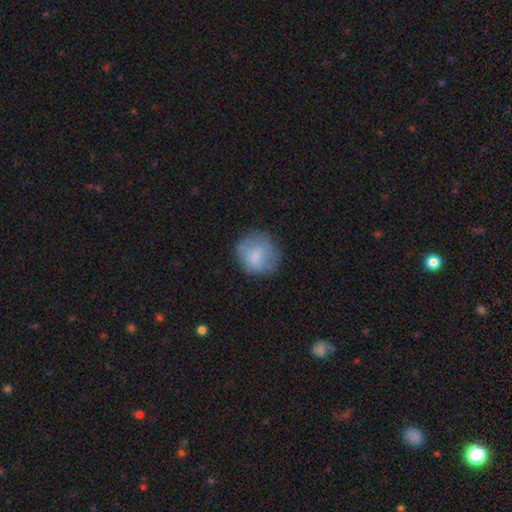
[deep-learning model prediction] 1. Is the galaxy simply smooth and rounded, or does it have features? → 74% smooth, 18% featured or disk, 8% star or artifact.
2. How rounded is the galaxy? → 82% round, 17% in between, 1% cigar-shaped.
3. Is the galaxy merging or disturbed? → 69% none, 21% minor disturbance, 9% major disturbance, 2% merger.